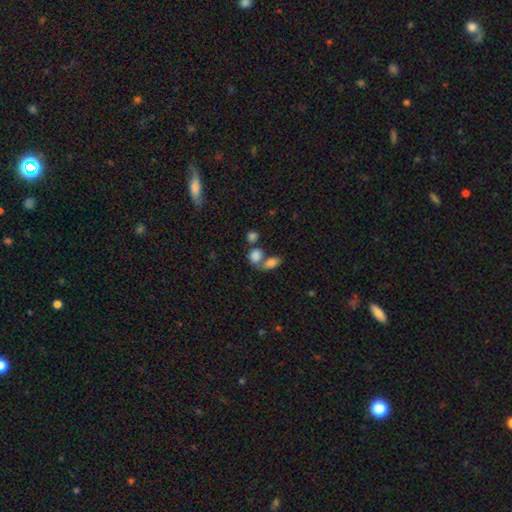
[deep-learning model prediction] Smooth or featured?
  - smooth: 82% *
  - star or artifact: 10%
  - featured or disk: 8%
How rounded?
  - in between: 54% *
  - round: 45%
  - cigar-shaped: 2%
Merging?
  - merger: 50% *
  - none: 35%
  - minor disturbance: 9%
  - major disturbance: 5%